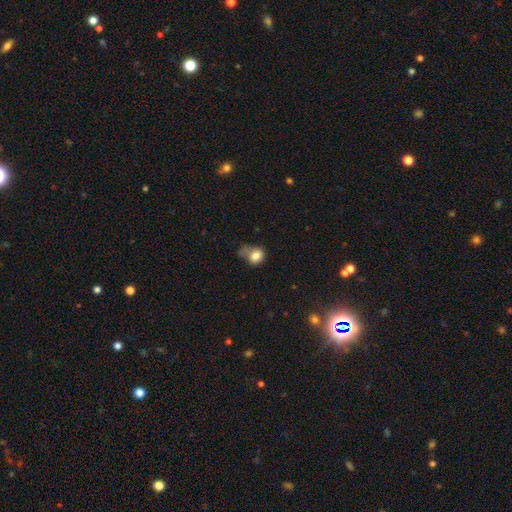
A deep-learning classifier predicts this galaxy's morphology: Smooth or featured?
  - smooth: 80% *
  - star or artifact: 10%
  - featured or disk: 10%
How rounded?
  - round: 53% *
  - in between: 46%
  - cigar-shaped: 1%
Merging?
  - minor disturbance: 35% *
  - none: 32%
  - major disturbance: 25%
  - merger: 9%